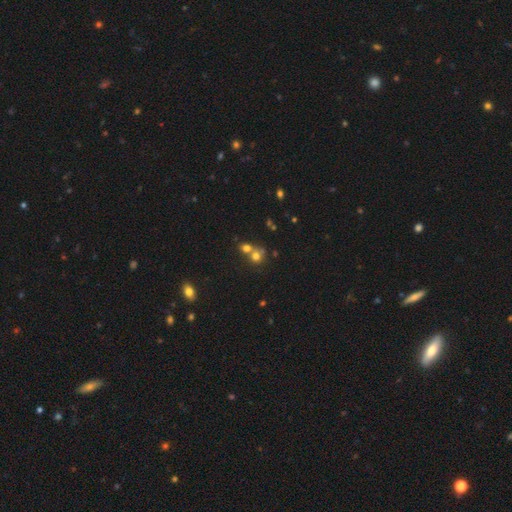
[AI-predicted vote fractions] Q: Smooth or featured?
A: smooth (69%); runner-up: star or artifact (18%)
Q: How rounded?
A: round (82%); runner-up: in between (17%)
Q: Merging?
A: merger (51%); runner-up: none (39%)